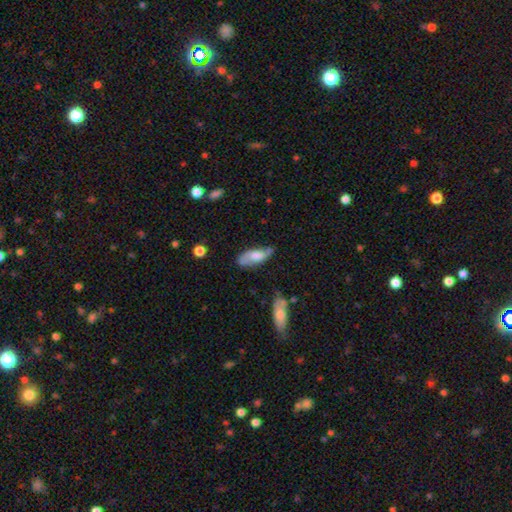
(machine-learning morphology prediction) Smooth or featured?
  - smooth: 50% *
  - featured or disk: 43%
  - star or artifact: 6%
How rounded?
  - in between: 78% *
  - cigar-shaped: 20%
  - round: 3%
Merging?
  - none: 60% *
  - minor disturbance: 28%
  - major disturbance: 8%
  - merger: 4%